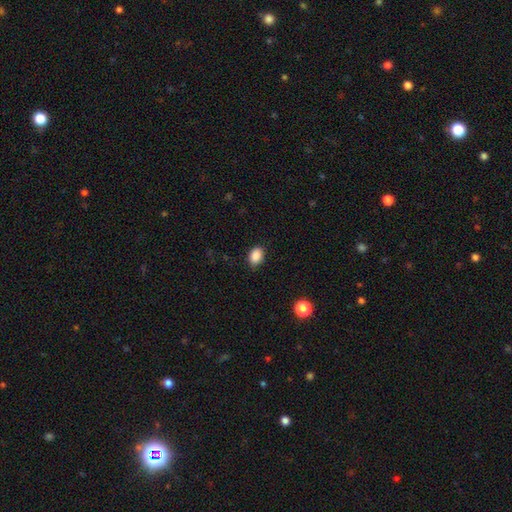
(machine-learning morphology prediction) Smooth or featured?
  - smooth: 88% *
  - star or artifact: 9%
  - featured or disk: 3%
How rounded?
  - in between: 76% *
  - round: 22%
  - cigar-shaped: 1%
Merging?
  - none: 82% *
  - minor disturbance: 14%
  - major disturbance: 3%
  - merger: 1%